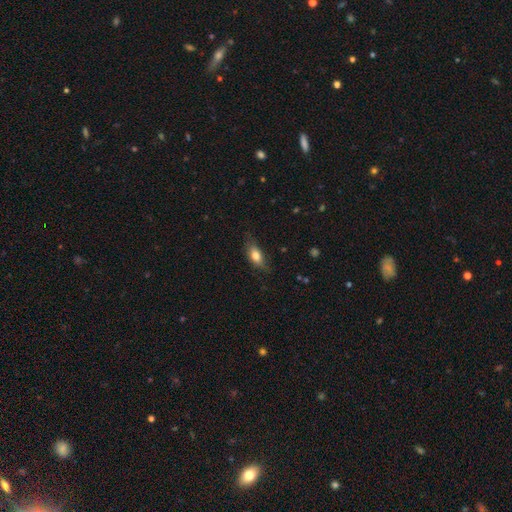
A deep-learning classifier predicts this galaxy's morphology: This is likely a smooth galaxy (76%). How rounded: likely in between (80%). Merging: likely none (71%).